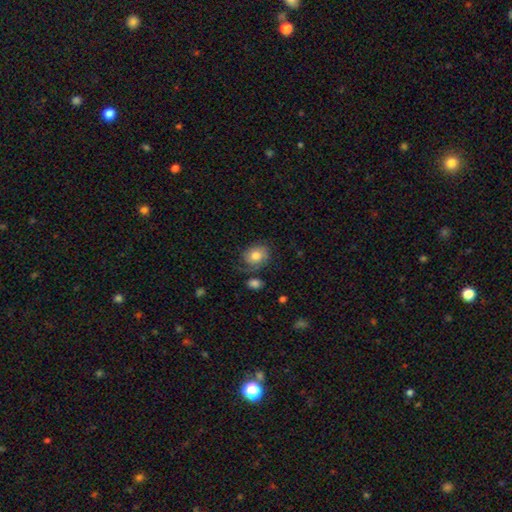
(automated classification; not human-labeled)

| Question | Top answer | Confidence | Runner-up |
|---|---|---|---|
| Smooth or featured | smooth | 67% | featured or disk (25%) |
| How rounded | in between | 57% | round (42%) |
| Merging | none | 59% | minor disturbance (23%) |